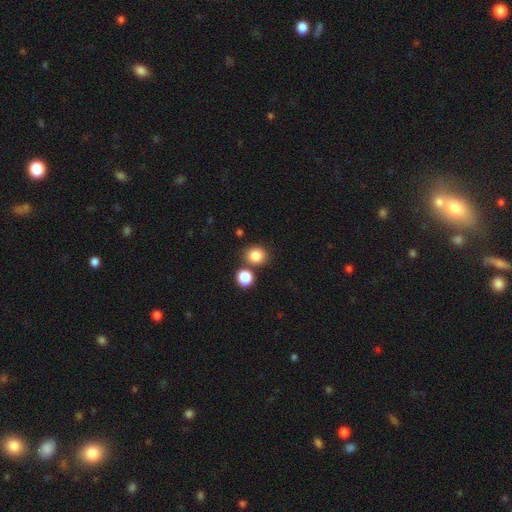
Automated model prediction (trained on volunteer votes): A smooth galaxy with no disk features (85%) that is round (78%). Merging: none (74%).